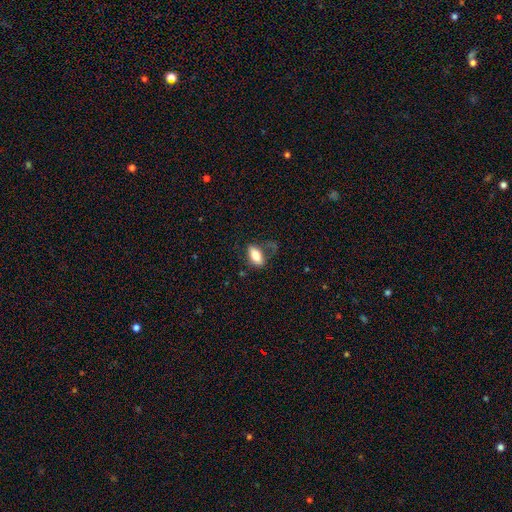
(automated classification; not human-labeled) smooth_or_featured: smooth (p=0.71) [alt: featured or disk p=0.22]
how_rounded: in between (p=0.88) [alt: cigar-shaped p=0.07]
merging: none (p=0.53) [alt: minor disturbance p=0.22]